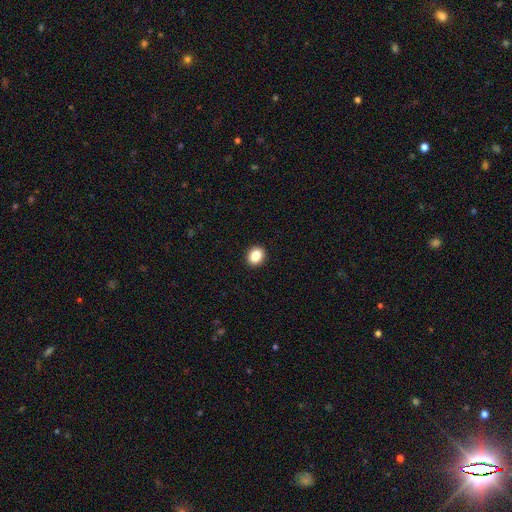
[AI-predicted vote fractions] Smooth or featured? Predicted: smooth (p=0.86). How rounded? Predicted: round (p=0.64). Merging? Predicted: none (p=0.93).